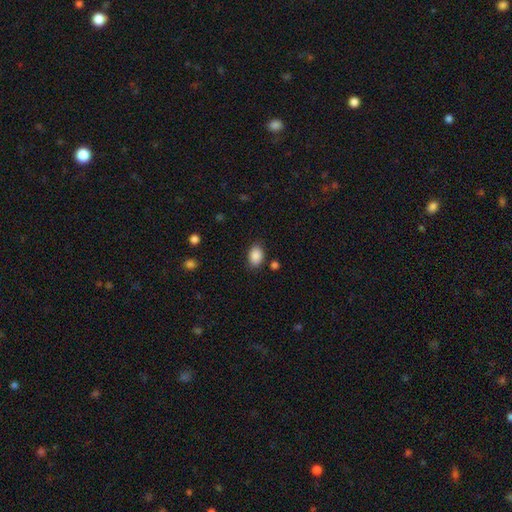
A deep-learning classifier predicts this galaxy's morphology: This appears to be a smooth galaxy with no disk features (89%) that is in between round and cigar-shaped (85%). Merging: none (83%).